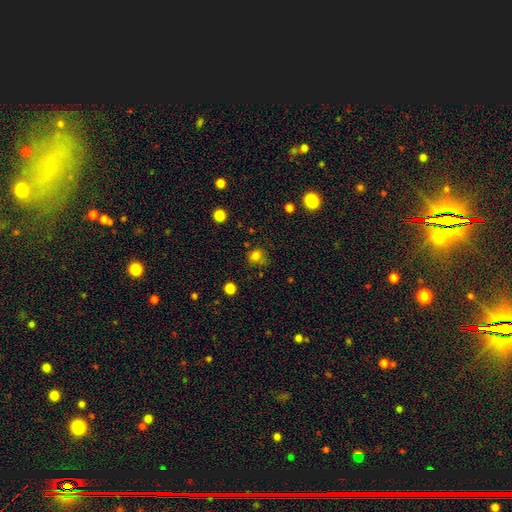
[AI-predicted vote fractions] Overall: smooth (77%). How rounded: round (74%). Merging: none (65%).